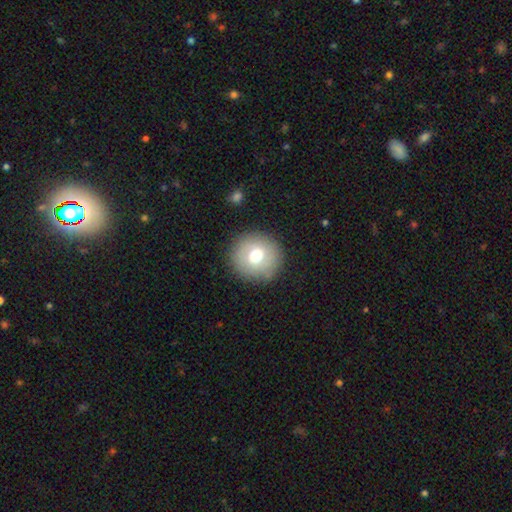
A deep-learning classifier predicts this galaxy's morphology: This appears to be a smooth galaxy with no disk features (71%) that is round (93%). Merging: none (87%).